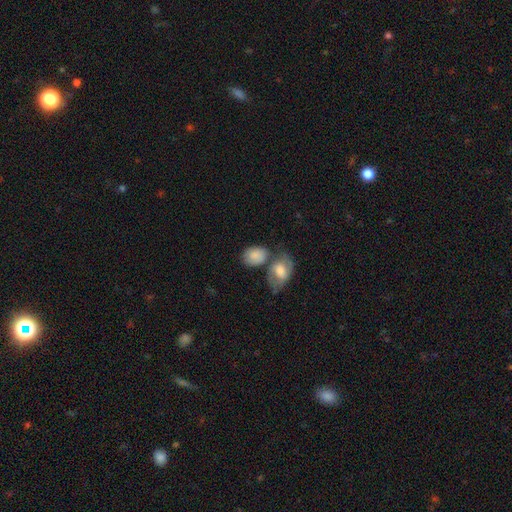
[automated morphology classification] A smooth galaxy with no disk features (79%) that is in between round and cigar-shaped (74%). Merging: none (40%).